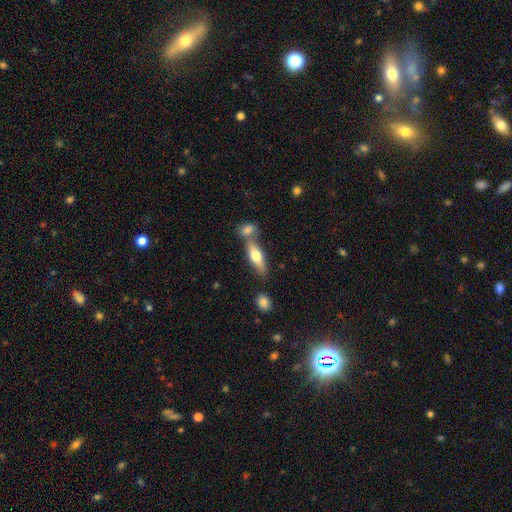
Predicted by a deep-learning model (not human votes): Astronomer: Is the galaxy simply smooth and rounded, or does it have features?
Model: smooth — 61%.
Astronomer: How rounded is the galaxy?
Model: in between — 51% (runner-up: cigar-shaped, 46%).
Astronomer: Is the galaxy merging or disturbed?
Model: none — 55% (runner-up: merger, 30%).